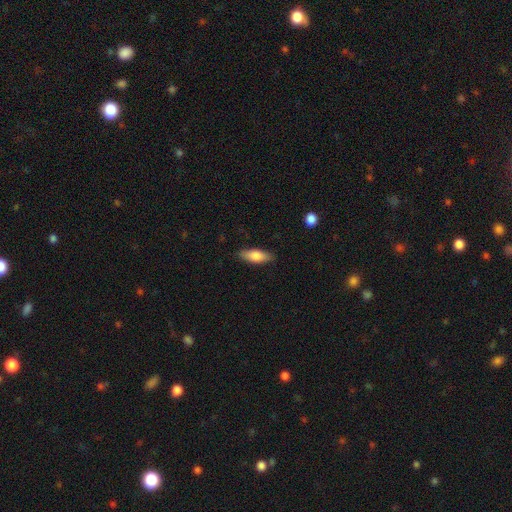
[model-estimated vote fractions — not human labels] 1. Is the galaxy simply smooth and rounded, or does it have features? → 79% smooth, 15% featured or disk, 6% star or artifact.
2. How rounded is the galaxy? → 73% in between, 25% cigar-shaped, 2% round.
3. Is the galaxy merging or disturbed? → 85% none, 11% minor disturbance, 2% major disturbance, 1% merger.